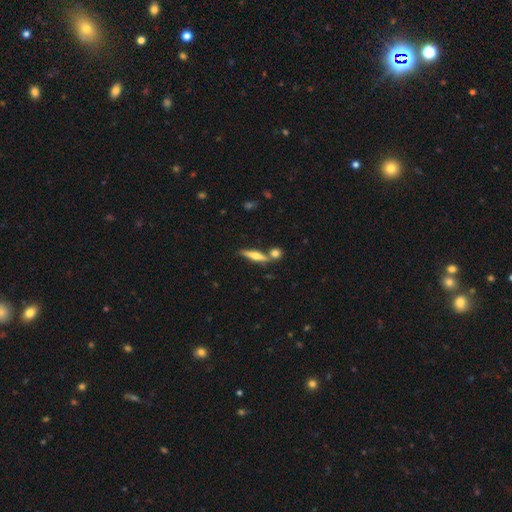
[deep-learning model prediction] A featured or disk galaxy (51%) viewed edge-on (94%). Merging: none (68%).